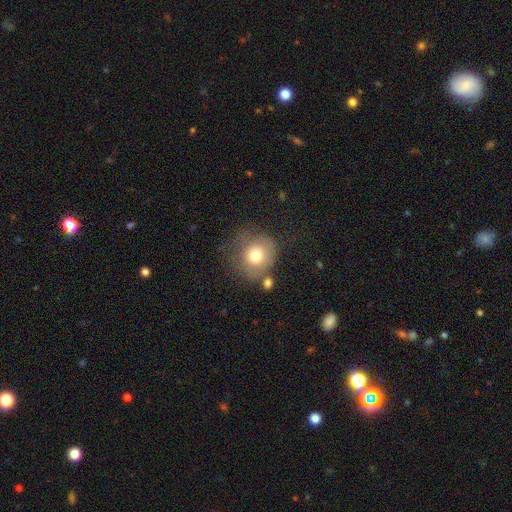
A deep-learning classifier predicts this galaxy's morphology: A smooth galaxy with no disk features (74%) that is round (82%).

Vote fractions:
- Smooth or featured? smooth: 74% / featured or disk: 16% / star or artifact: 10%
- How rounded? round: 82% / in between: 17% / cigar-shaped: 1%
- Merging? none: 57% / minor disturbance: 22% / major disturbance: 12% / merger: 9%